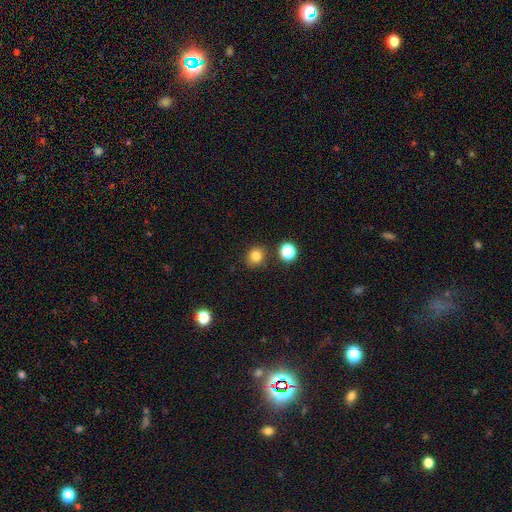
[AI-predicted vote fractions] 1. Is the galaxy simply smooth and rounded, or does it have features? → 80% smooth, 14% star or artifact, 5% featured or disk.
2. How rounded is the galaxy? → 83% round, 16% in between, 1% cigar-shaped.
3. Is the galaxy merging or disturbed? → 83% none, 10% minor disturbance, 4% merger, 3% major disturbance.